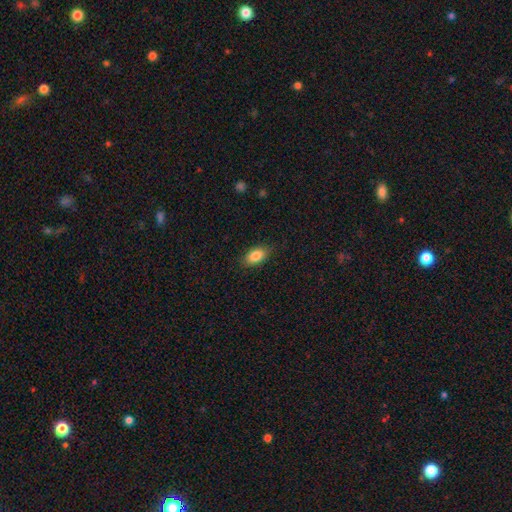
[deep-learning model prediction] smooth-or-featured: smooth: 84% | featured or disk: 8% | star or artifact: 8%
  how-rounded: in between: 89% | round: 7% | cigar-shaped: 3%
  merging: none: 84% | minor disturbance: 12% | major disturbance: 3% | merger: 1%